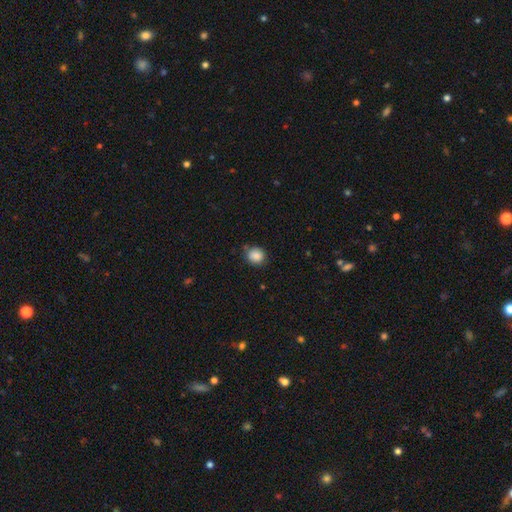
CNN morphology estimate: A smooth galaxy with no disk features (87%) that is round (80%).

Vote fractions:
- Smooth or featured? smooth: 87% / star or artifact: 9% / featured or disk: 4%
- How rounded? round: 80% / in between: 19% / cigar-shaped: 1%
- Merging? none: 79% / minor disturbance: 15% / major disturbance: 3% / merger: 2%